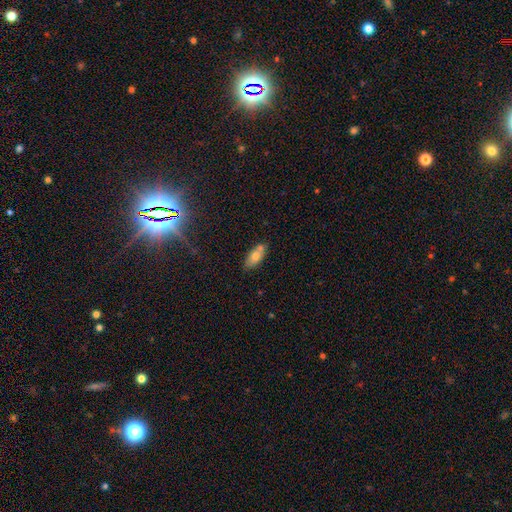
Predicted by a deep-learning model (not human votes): Q: Smooth or featured?
A: smooth (72%); runner-up: featured or disk (21%)
Q: How rounded?
A: in between (81%); runner-up: cigar-shaped (17%)
Q: Merging?
A: none (63%); runner-up: minor disturbance (17%)